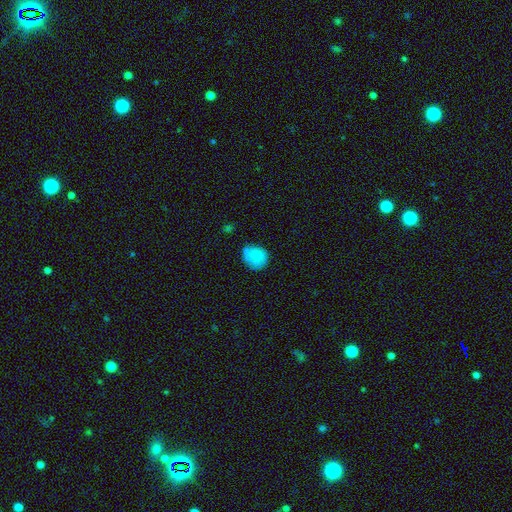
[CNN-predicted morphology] A smooth galaxy with no disk features (83%) that is round (68%). Merging: none (58%).